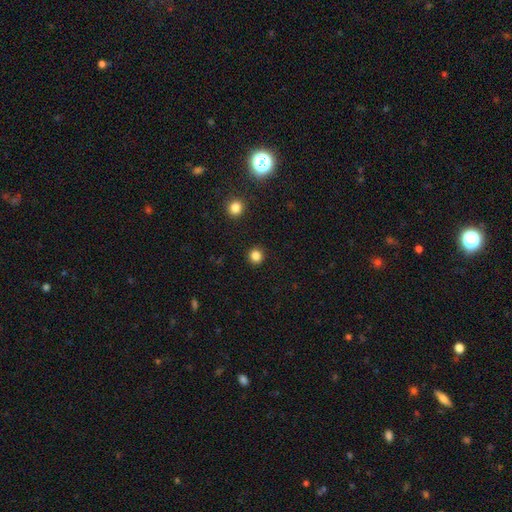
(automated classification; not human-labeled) This appears to be a smooth galaxy with no disk features (84%) that is round (92%). Merging: none (92%).